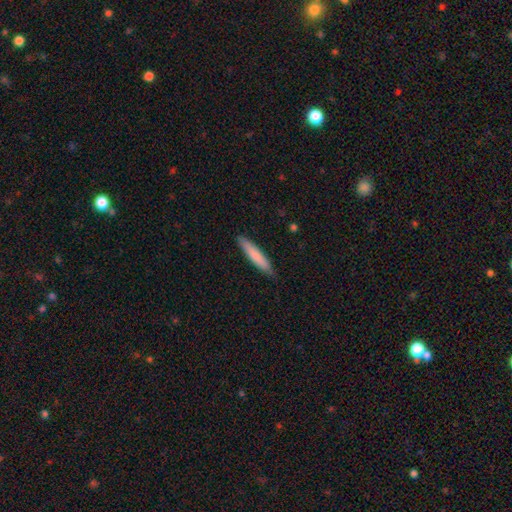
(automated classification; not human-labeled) smooth-or-featured: smooth: 79% | featured or disk: 16% | star or artifact: 5%
  how-rounded: cigar-shaped: 90% | in between: 9% | round: 1%
  merging: none: 87% | minor disturbance: 10% | major disturbance: 2% | merger: 1%